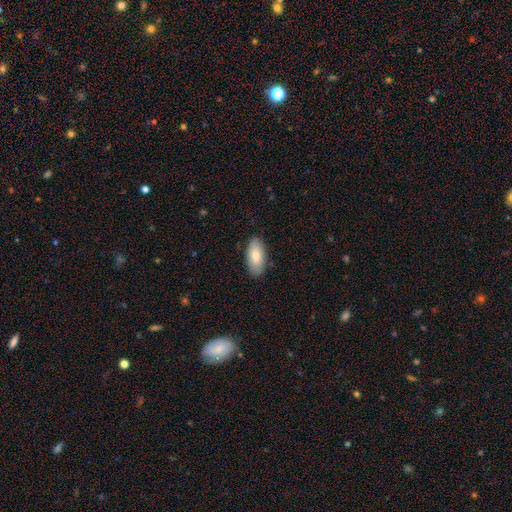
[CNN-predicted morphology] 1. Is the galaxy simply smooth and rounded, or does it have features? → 81% smooth, 14% featured or disk, 6% star or artifact.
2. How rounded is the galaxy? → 92% in between, 6% cigar-shaped, 2% round.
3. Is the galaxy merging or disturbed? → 83% none, 13% minor disturbance, 2% major disturbance, 1% merger.